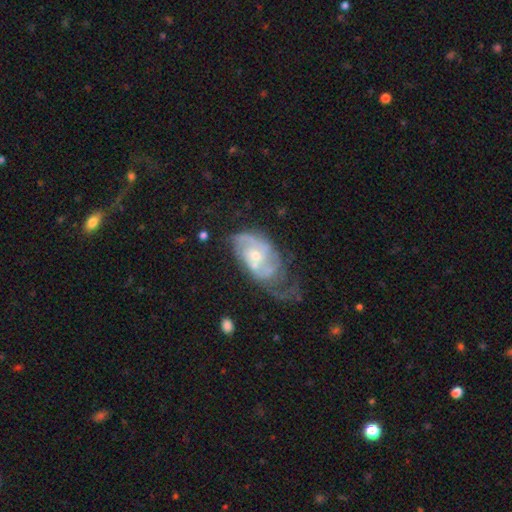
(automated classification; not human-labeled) This is likely a featured or disk galaxy (78%). It is clearly not viewed edge-on (96%). Bar: likely no (67%). Spiral arm pattern: clearly yes (85%). Spiral arm count: possibly 2 (46%). Spiral winding: marginally tight (42%). Central bulge: possibly moderate (49%). Merging: marginally major disturbance (32%).